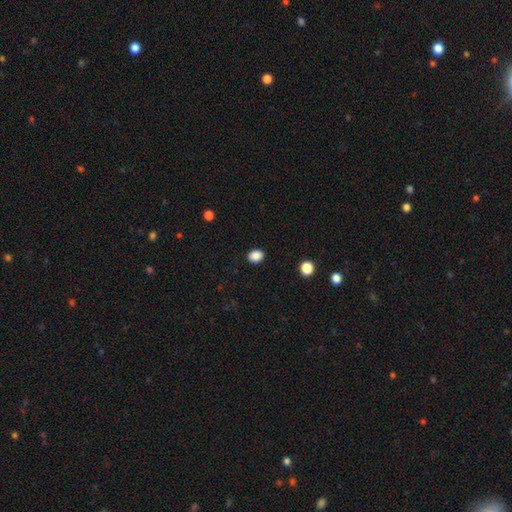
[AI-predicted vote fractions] Smooth or featured: smooth — 87% (star or artifact — 9%)
How rounded: round — 52% (in between — 48%)
Merging: none — 90% (minor disturbance — 7%)